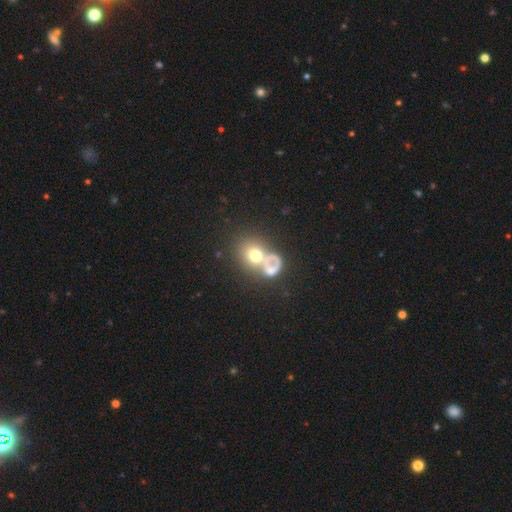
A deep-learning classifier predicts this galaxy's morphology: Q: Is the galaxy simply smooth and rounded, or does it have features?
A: smooth — 59%.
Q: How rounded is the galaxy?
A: round — 60%.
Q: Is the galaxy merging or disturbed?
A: merger — 49%.